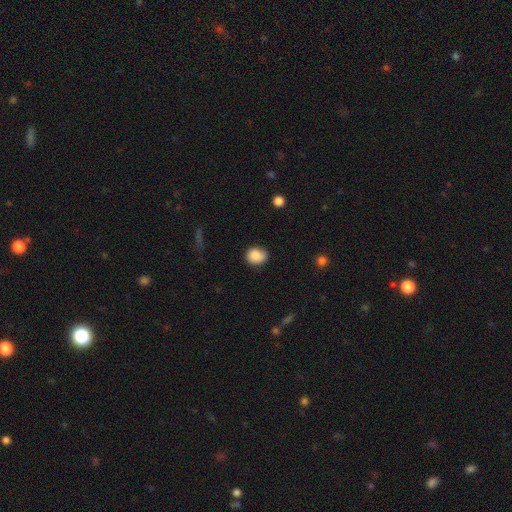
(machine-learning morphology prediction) Q: Smooth or featured?
A: smooth (88%); runner-up: star or artifact (8%)
Q: How rounded?
A: round (68%); runner-up: in between (31%)
Q: Merging?
A: none (82%); runner-up: minor disturbance (14%)